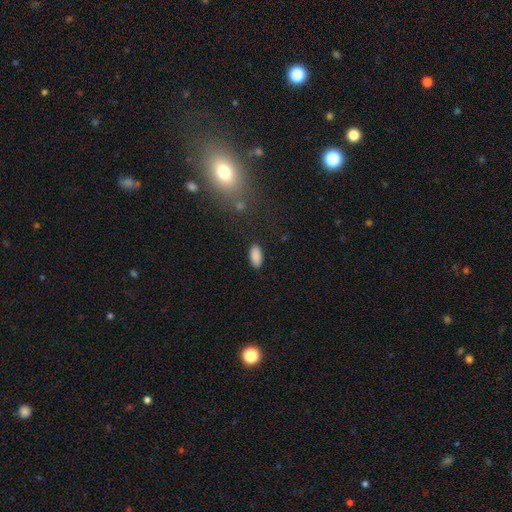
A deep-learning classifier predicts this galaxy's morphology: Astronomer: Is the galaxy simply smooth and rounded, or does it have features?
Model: smooth — 89%.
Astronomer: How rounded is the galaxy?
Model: in between — 92%.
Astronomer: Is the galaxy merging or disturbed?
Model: none — 87%.